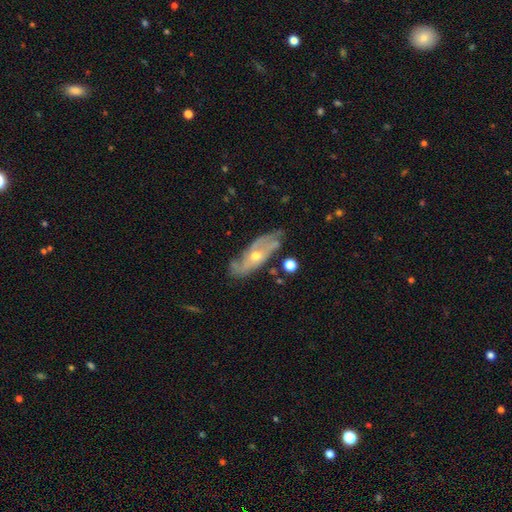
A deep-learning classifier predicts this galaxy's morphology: This appears to be a featured or disk galaxy (76%) with no bar (71%), 2 (46%) tight (42%) spiral arms (84%) and a moderate central bulge (55%). Merging: none (69%).